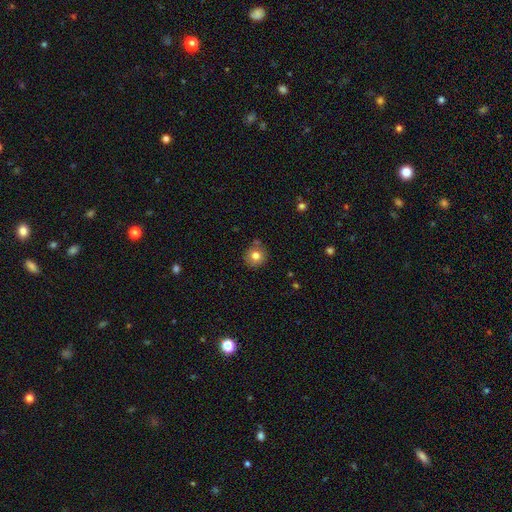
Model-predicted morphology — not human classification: Q: Smooth or featured?
A: smooth (78%); runner-up: featured or disk (11%)
Q: How rounded?
A: round (92%); runner-up: in between (7%)
Q: Merging?
A: none (82%); runner-up: minor disturbance (11%)